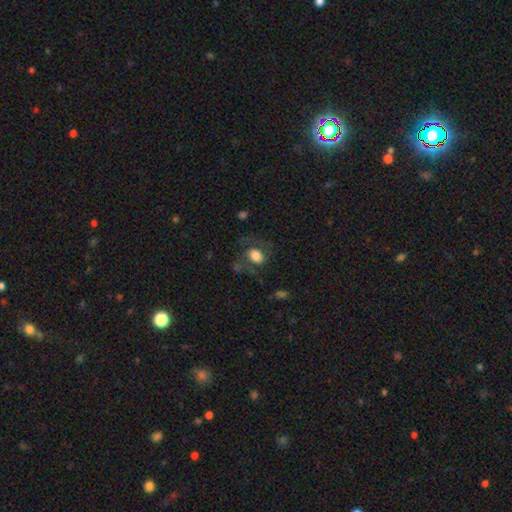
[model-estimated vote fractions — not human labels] This is likely a smooth galaxy (63%). How rounded: possibly in between (59%). Merging: possibly none (53%).